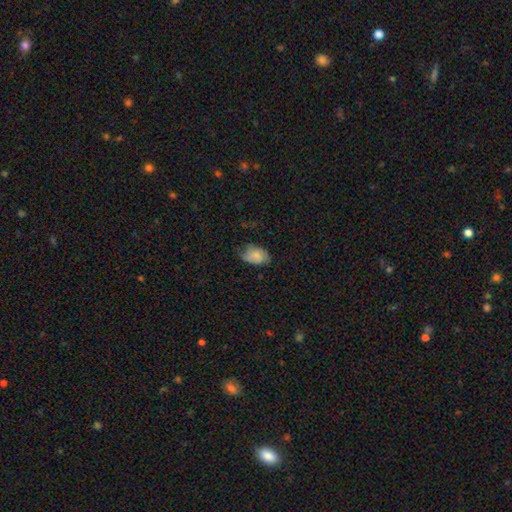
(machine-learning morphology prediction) Q: Smooth or featured?
A: smooth (77%); runner-up: featured or disk (15%)
Q: How rounded?
A: in between (87%); runner-up: round (12%)
Q: Merging?
A: none (56%); runner-up: minor disturbance (34%)